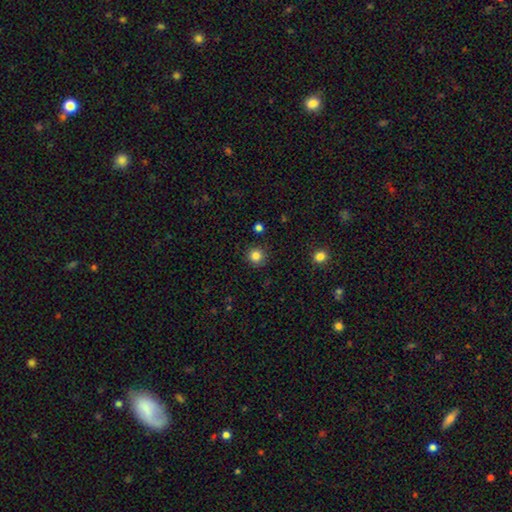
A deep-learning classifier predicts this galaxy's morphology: The model was most divided on "smooth or featured": smooth: 84%, star or artifact: 11%, featured or disk: 4%. More confident: how rounded — round (94%); merging — none (90%).